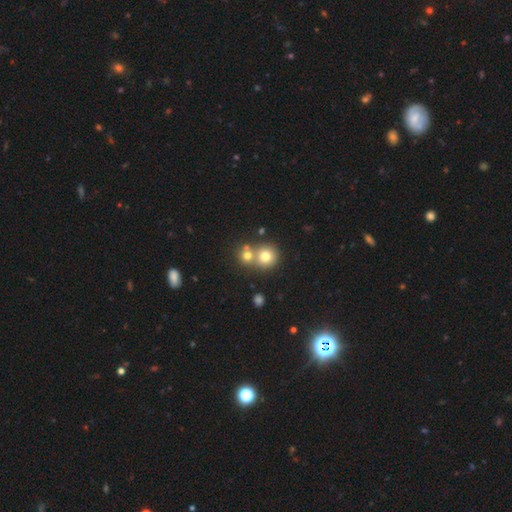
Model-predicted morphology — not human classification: Overall: smooth (63%; star or artifact 24%). How rounded: round (87%). Merging: none (49%; merger 42%).